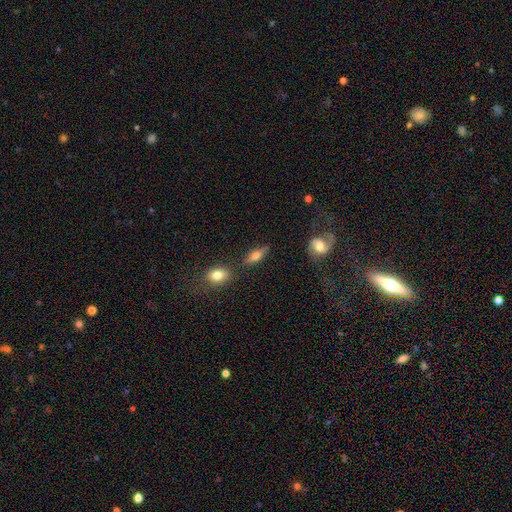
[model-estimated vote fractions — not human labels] Smooth or featured? smooth (49%)
Merging? none (74%)